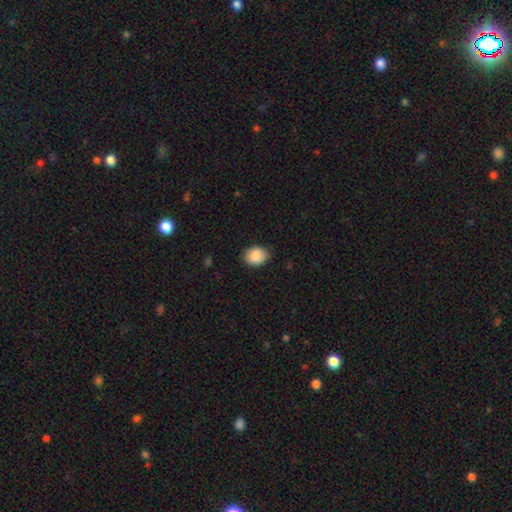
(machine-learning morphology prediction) This appears to be a smooth galaxy with no disk features (87%) that is in between round and cigar-shaped (60%). Merging: none (79%).